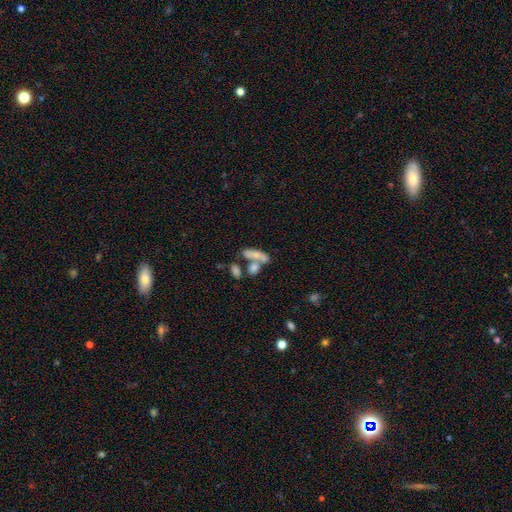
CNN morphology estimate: A smooth galaxy with no disk features (65%) that is in between round and cigar-shaped (58%).

Vote fractions:
- Smooth or featured? smooth: 65% / featured or disk: 25% / star or artifact: 10%
- How rounded? in between: 58% / cigar-shaped: 34% / round: 7%
- Merging? merger: 46% / none: 33% / minor disturbance: 12% / major disturbance: 9%